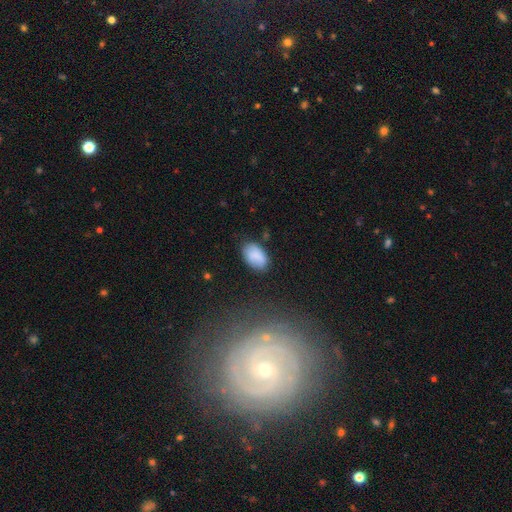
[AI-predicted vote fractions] This appears to be a smooth galaxy with no disk features (83%) that is in between round and cigar-shaped (92%). Merging: none (74%).